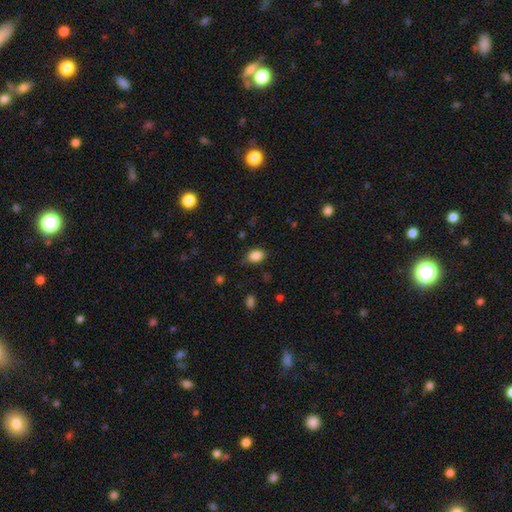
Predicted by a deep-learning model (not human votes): Smooth or featured? Predicted: smooth (p=0.87). How rounded? Predicted: in between (p=0.81). Merging? Predicted: none (p=0.79).